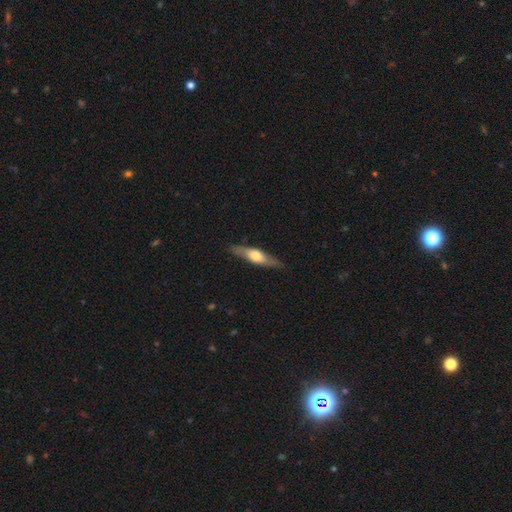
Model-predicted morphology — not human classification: smooth-or-featured: featured or disk: 48% | smooth: 47% | star or artifact: 5%
  merging: none: 85% | minor disturbance: 11% | major disturbance: 2% | merger: 1%